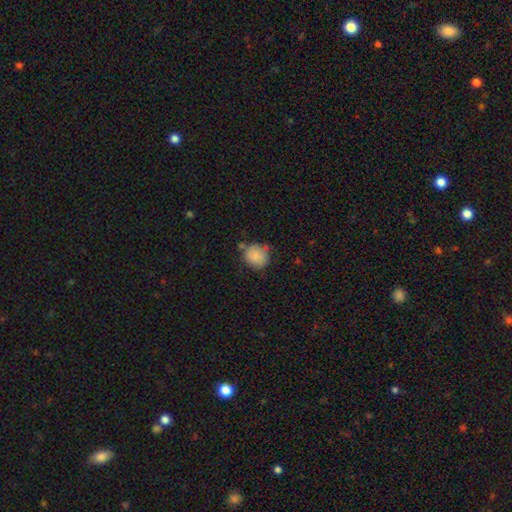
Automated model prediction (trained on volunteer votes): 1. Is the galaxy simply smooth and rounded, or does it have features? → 85% smooth, 8% star or artifact, 7% featured or disk.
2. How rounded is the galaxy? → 84% round, 15% in between, 1% cigar-shaped.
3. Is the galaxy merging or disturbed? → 64% none, 24% minor disturbance, 7% merger, 6% major disturbance.